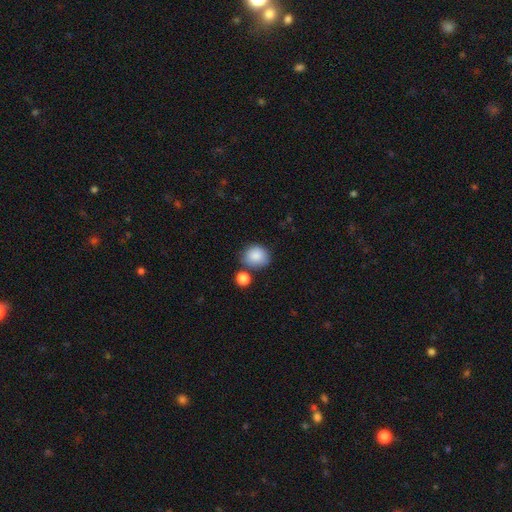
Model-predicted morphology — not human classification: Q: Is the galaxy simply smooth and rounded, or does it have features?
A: smooth — 87%.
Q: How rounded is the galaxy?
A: round — 74%.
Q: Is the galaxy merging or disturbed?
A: none — 67%.